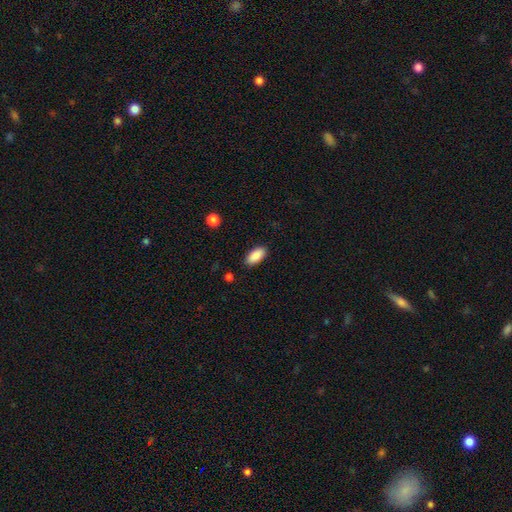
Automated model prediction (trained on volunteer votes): The model was most divided on "merging": none: 87%, minor disturbance: 9%, major disturbance: 2%, merger: 1%. More confident: how rounded — in between (92%); smooth or featured — smooth (90%).